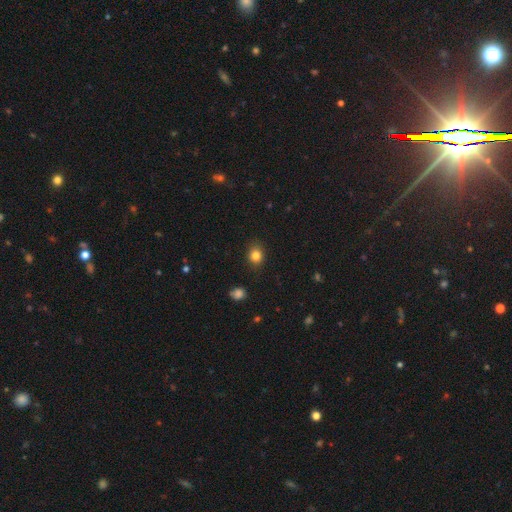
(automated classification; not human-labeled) This is clearly a smooth galaxy (83%). How rounded: likely round (64%). Merging: clearly none (86%).